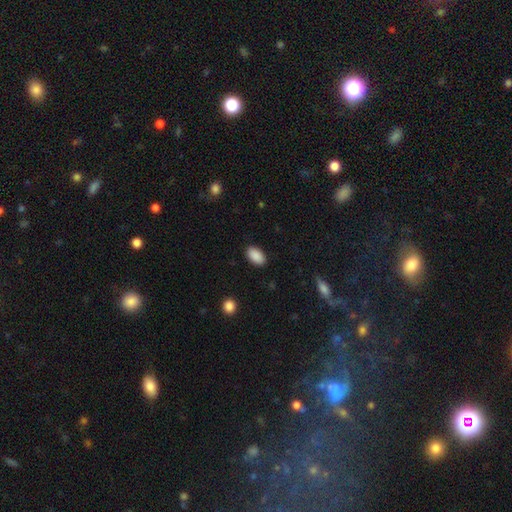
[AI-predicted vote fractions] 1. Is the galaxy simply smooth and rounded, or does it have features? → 90% smooth, 7% star or artifact, 3% featured or disk.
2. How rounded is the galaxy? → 93% in between, 5% round, 1% cigar-shaped.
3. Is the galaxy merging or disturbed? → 88% none, 8% minor disturbance, 2% major disturbance, 1% merger.